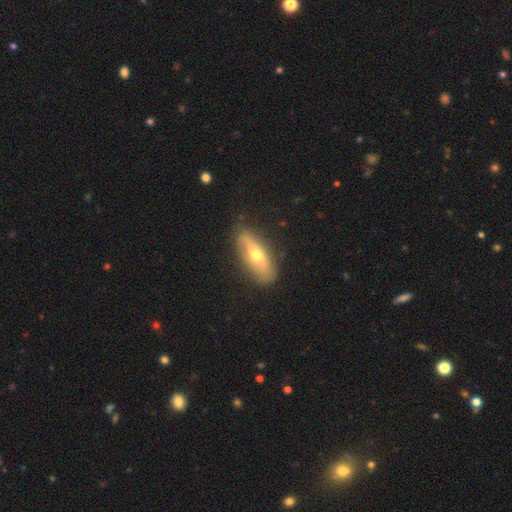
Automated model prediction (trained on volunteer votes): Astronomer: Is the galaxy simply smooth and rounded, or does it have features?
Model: smooth — 48% (runner-up: featured or disk, 46%).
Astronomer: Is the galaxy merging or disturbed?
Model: none — 79%.